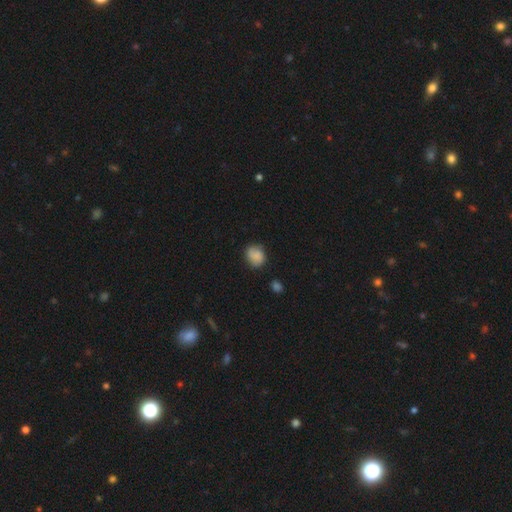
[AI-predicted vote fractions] The model was most divided on "how rounded": round: 64%, in between: 35%, cigar-shaped: 1%. More confident: smooth or featured — smooth (75%); merging — none (69%).